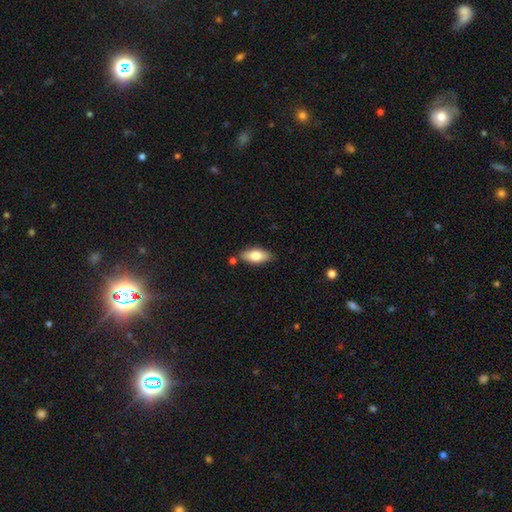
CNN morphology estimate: Smooth or featured? Predicted: smooth (p=0.75). How rounded? Predicted: in between (p=0.82). Merging? Predicted: none (p=0.80).